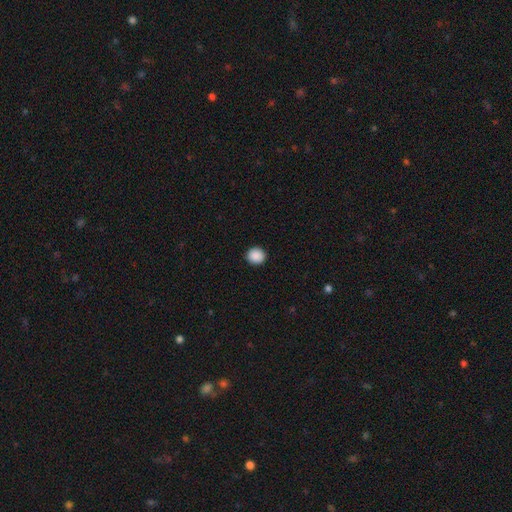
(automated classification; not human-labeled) Smooth or featured? Predicted: smooth (p=0.90). How rounded? Predicted: round (p=0.88). Merging? Predicted: none (p=0.92).